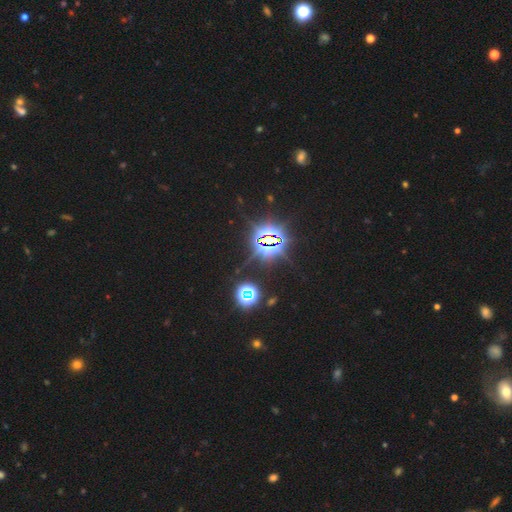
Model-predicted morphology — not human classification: Smooth or featured?
  - star or artifact: 84% *
  - smooth: 11%
  - featured or disk: 5%